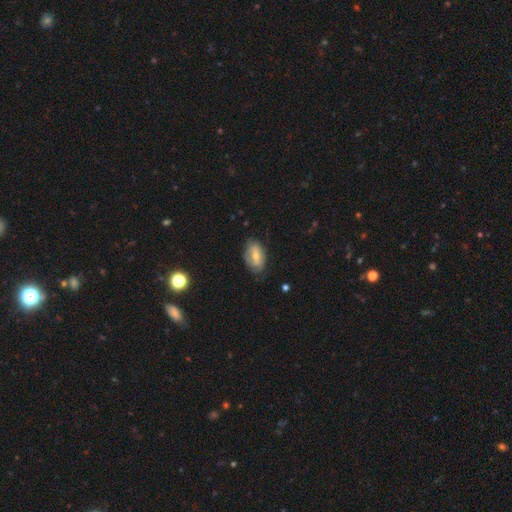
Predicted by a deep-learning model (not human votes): Morphology: type=smooth (56%); roundness=in between (91%); merging=none (68%).